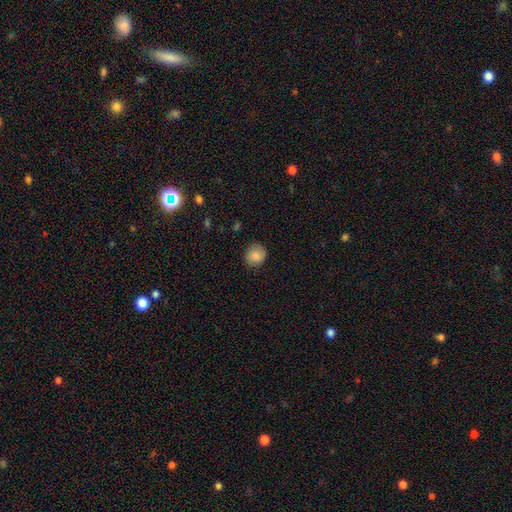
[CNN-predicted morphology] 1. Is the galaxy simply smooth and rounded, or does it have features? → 84% smooth, 8% star or artifact, 7% featured or disk.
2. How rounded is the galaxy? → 86% round, 14% in between, 1% cigar-shaped.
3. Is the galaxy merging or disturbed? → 84% none, 12% minor disturbance, 3% major disturbance, 1% merger.